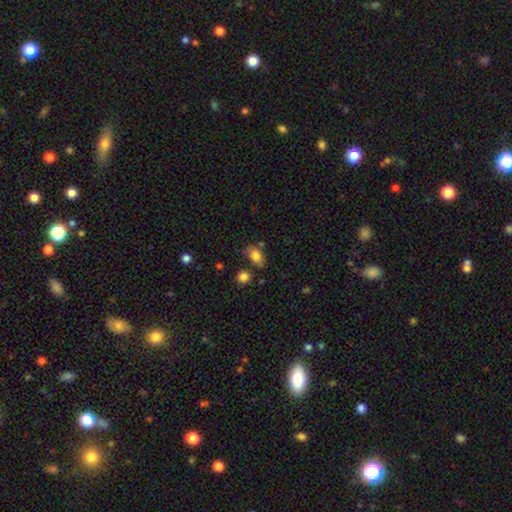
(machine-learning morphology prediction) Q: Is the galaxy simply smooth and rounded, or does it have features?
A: smooth — 80%.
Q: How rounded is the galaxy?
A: in between — 80%.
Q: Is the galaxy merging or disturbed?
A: none — 58%.